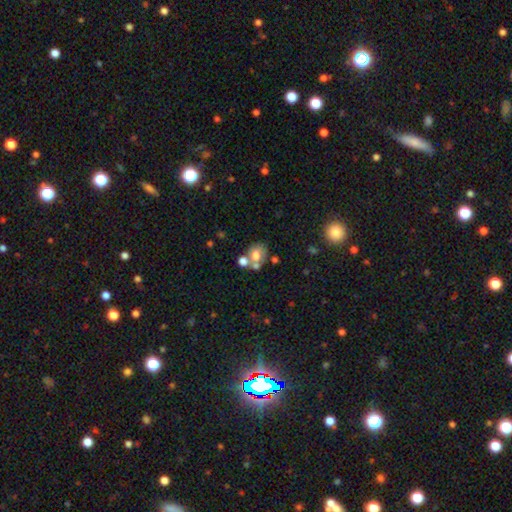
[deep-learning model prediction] Smooth or featured?
  - smooth: 59% *
  - featured or disk: 29%
  - star or artifact: 12%
How rounded?
  - in between: 54% *
  - round: 45%
  - cigar-shaped: 1%
Merging?
  - merger: 40% *
  - none: 38%
  - minor disturbance: 14%
  - major disturbance: 8%